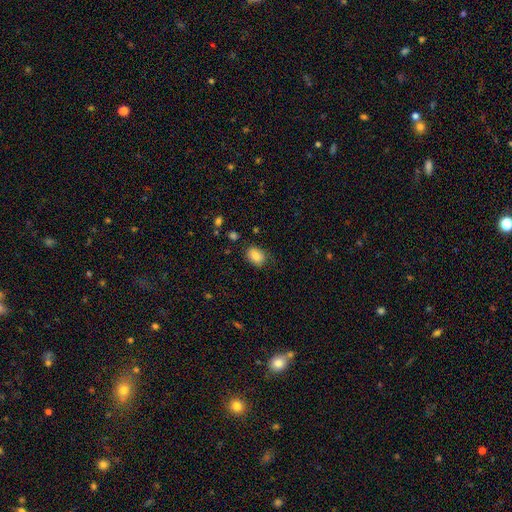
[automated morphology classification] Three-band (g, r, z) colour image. It shows a smooth galaxy with no disk features (86%) that is in between round and cigar-shaped (74%). Merging: none (76%).